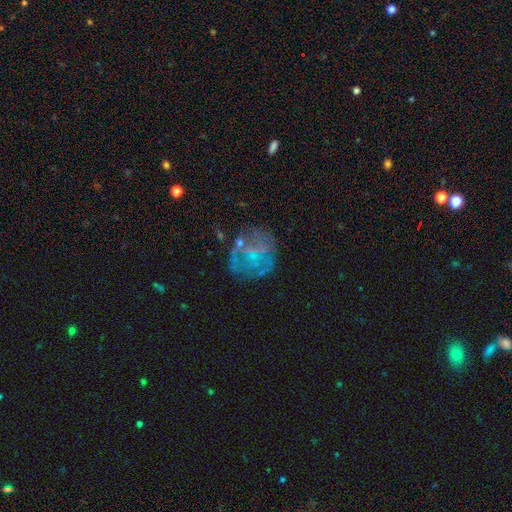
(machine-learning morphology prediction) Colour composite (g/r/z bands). It shows a featured or disk galaxy (49%). Merging: none (65%).